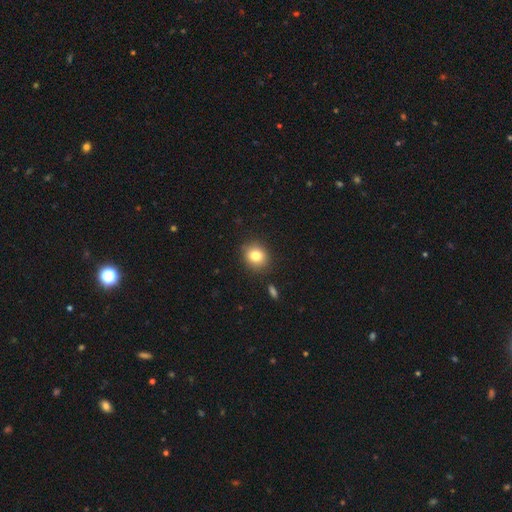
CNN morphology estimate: smooth_or_featured: smooth (p=0.81) [alt: star or artifact p=0.10]
how_rounded: round (p=0.71) [alt: in between p=0.28]
merging: none (p=0.87) [alt: minor disturbance p=0.09]